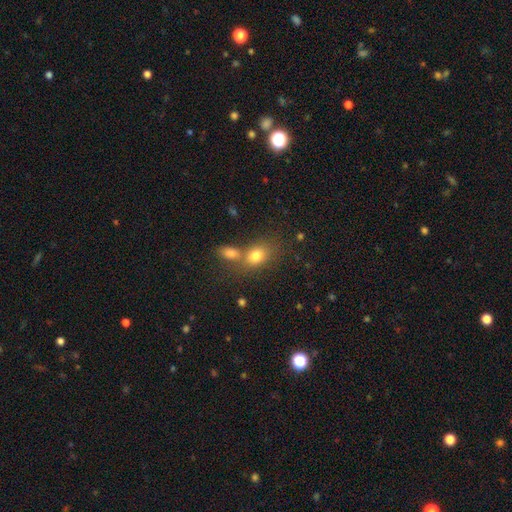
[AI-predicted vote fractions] Smooth or featured: smooth — 76% (star or artifact — 12%)
How rounded: in between — 70% (round — 28%)
Merging: none — 43% (merger — 42%)